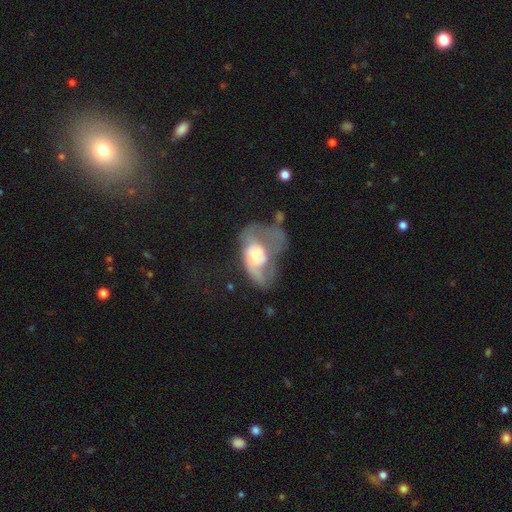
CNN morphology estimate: Q: Smooth or featured?
A: featured or disk (59%); runner-up: smooth (33%)
Q: Edge-on disk?
A: no (95%); runner-up: yes (5%)
Q: Bar?
A: no (75%); runner-up: weak (20%)
Q: Spiral arms?
A: yes (55%); runner-up: no (45%)
Q: Bulge size?
A: large (41%); runner-up: moderate (30%)
Q: Merging?
A: major disturbance (60%); runner-up: minor disturbance (14%)